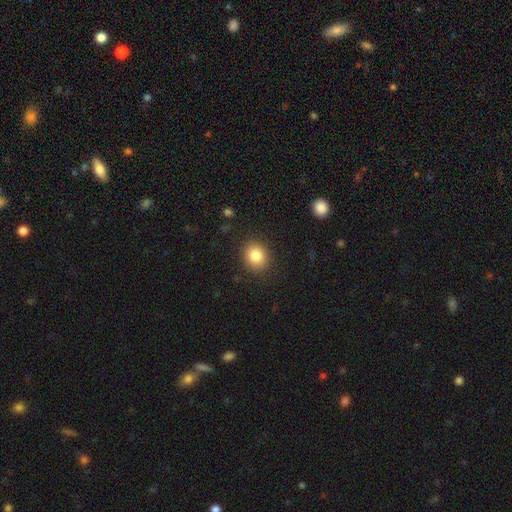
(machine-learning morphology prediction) Smooth or featured? Predicted: smooth (p=0.84). How rounded? Predicted: round (p=0.70). Merging? Predicted: none (p=0.89).